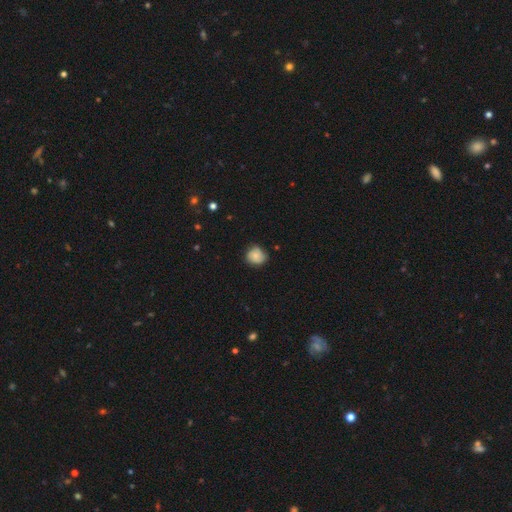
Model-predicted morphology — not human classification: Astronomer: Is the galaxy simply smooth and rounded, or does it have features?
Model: smooth — 71%.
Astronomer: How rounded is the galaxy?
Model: round — 79%.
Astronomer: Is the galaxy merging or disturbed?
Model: none — 68%.